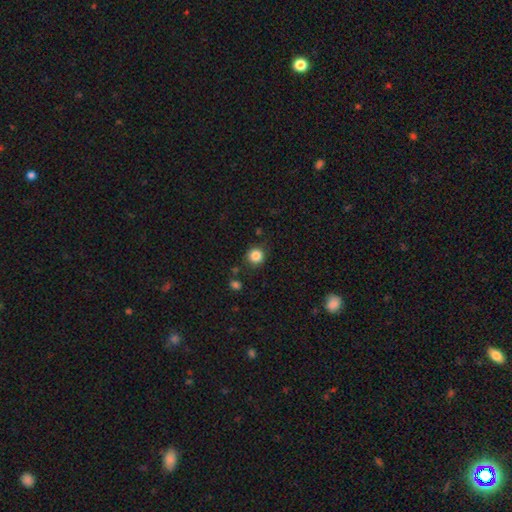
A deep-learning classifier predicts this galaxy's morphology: Overall: smooth (85%). How rounded: round (93%). Merging: none (87%).